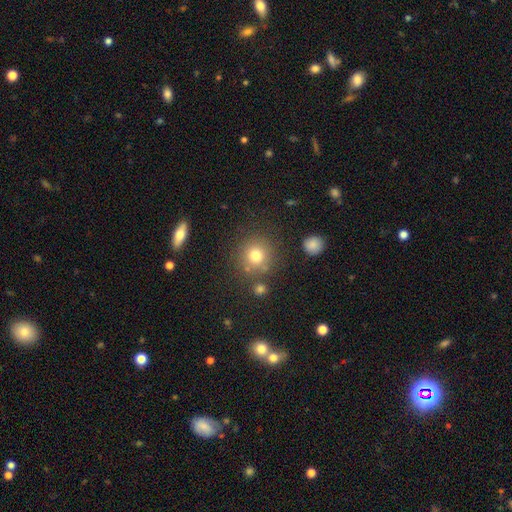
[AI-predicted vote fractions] Smooth or featured: smooth — 76% (star or artifact — 14%)
How rounded: round — 92% (in between — 8%)
Merging: none — 81% (minor disturbance — 9%)